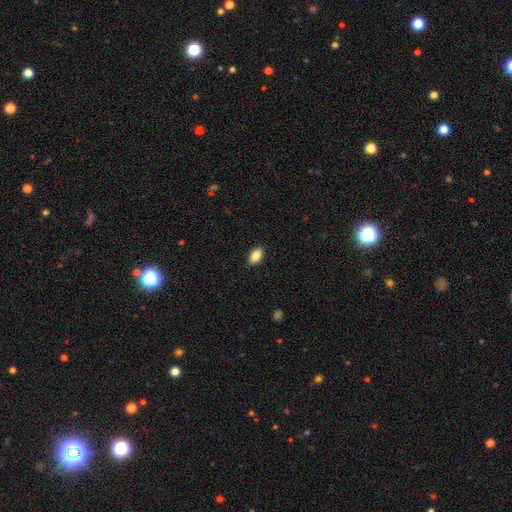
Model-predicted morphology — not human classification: This appears to be a smooth galaxy with no disk features (85%) that is in between round and cigar-shaped (90%). Merging: none (89%).